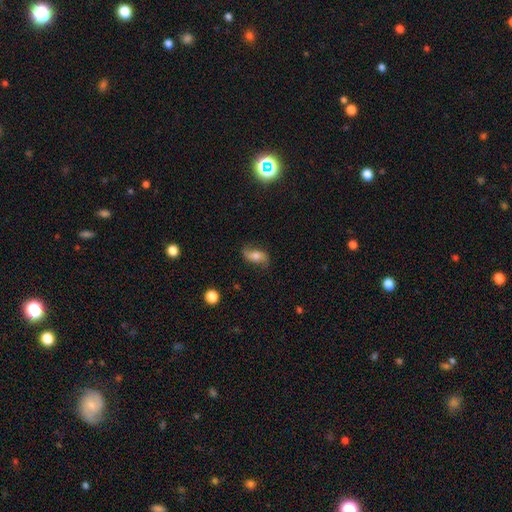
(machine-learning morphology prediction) This appears to be a featured or disk galaxy (56%) with no bar (62%), spiral arms (89%) and a moderate central bulge (55%). Merging: none (74%).